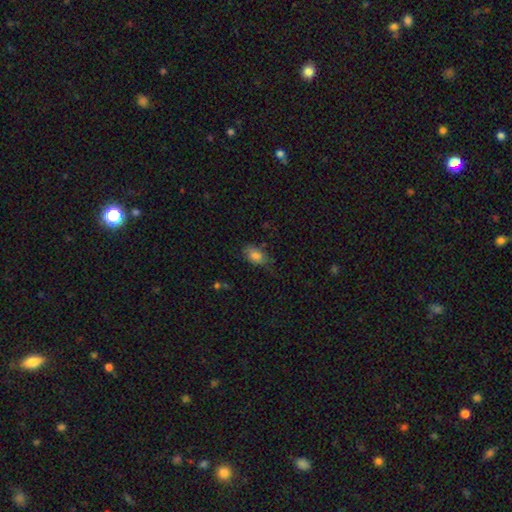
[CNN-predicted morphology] A smooth galaxy with no disk features (82%) that is in between round and cigar-shaped (88%).

Vote fractions:
- Smooth or featured? smooth: 82% / featured or disk: 9% / star or artifact: 9%
- How rounded? in between: 88% / round: 9% / cigar-shaped: 3%
- Merging? none: 63% / minor disturbance: 28% / major disturbance: 7% / merger: 2%